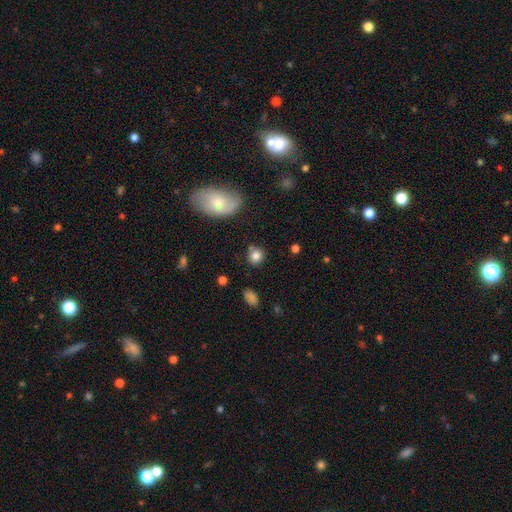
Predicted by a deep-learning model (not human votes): A smooth galaxy with no disk features (82%) that is round (81%).

Vote fractions:
- Smooth or featured? smooth: 82% / star or artifact: 11% / featured or disk: 7%
- How rounded? round: 81% / in between: 17% / cigar-shaped: 1%
- Merging? none: 75% / minor disturbance: 14% / merger: 7% / major disturbance: 4%